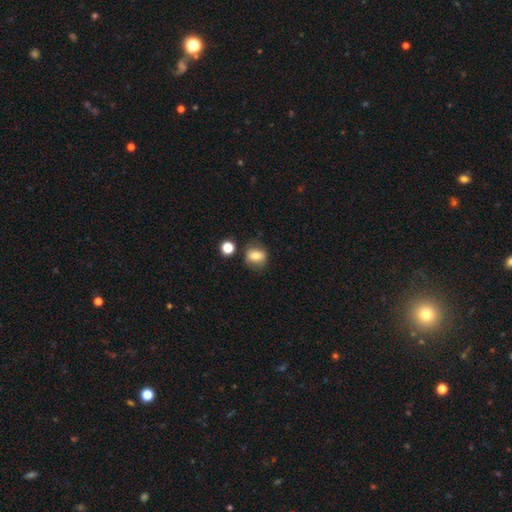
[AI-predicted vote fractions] Overall: smooth (74%). How rounded: in between (50%; round 47%). Merging: none (73%).